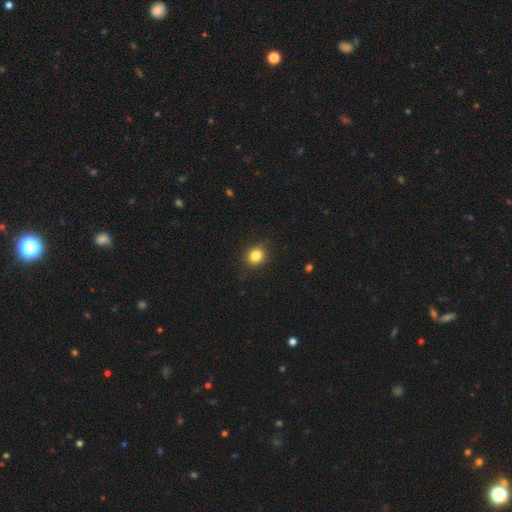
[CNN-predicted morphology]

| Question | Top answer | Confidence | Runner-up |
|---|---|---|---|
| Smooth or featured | smooth | 84% | star or artifact (11%) |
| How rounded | round | 77% | in between (22%) |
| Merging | none | 87% | minor disturbance (10%) |